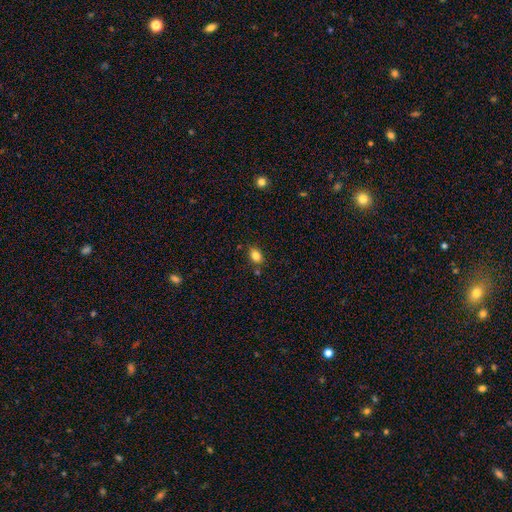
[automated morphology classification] smooth_or_featured: smooth (p=0.84) [alt: star or artifact p=0.11]
how_rounded: in between (p=0.72) [alt: round p=0.27]
merging: none (p=0.80) [alt: minor disturbance p=0.12]